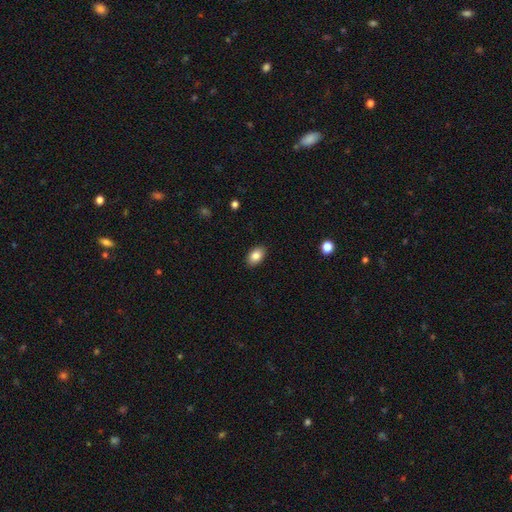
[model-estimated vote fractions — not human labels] Q: Smooth or featured?
A: smooth (85%); runner-up: star or artifact (8%)
Q: How rounded?
A: in between (89%); runner-up: round (10%)
Q: Merging?
A: none (89%); runner-up: minor disturbance (8%)